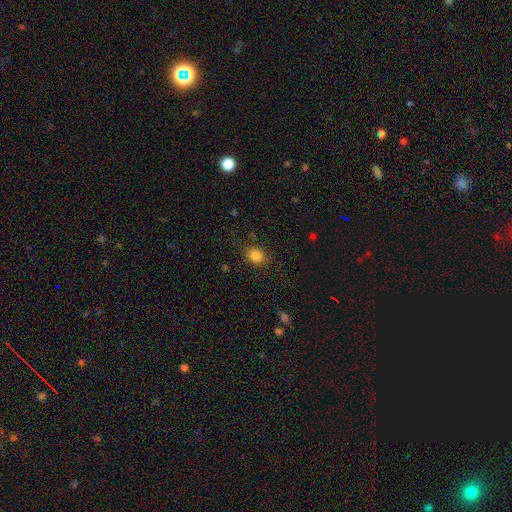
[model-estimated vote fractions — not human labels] smooth 84%, star or artifact 11%, featured or disk 5%. Down the decision tree: how rounded — round (55%); merging — none (84%).